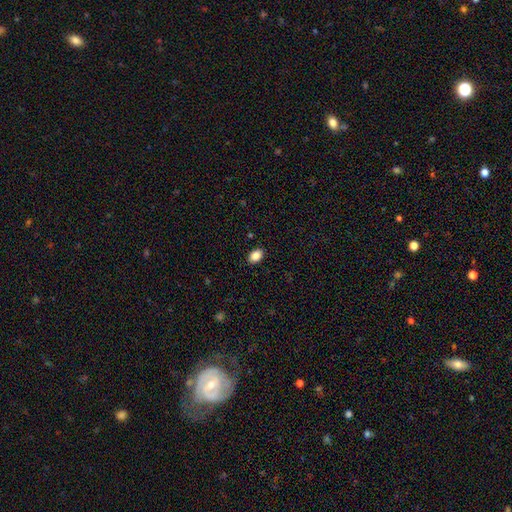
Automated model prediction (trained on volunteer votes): smooth-or-featured: smooth: 87% | star or artifact: 9% | featured or disk: 4%
  how-rounded: in between: 85% | round: 14% | cigar-shaped: 1%
  merging: none: 89% | minor disturbance: 8% | major disturbance: 2% | merger: 1%